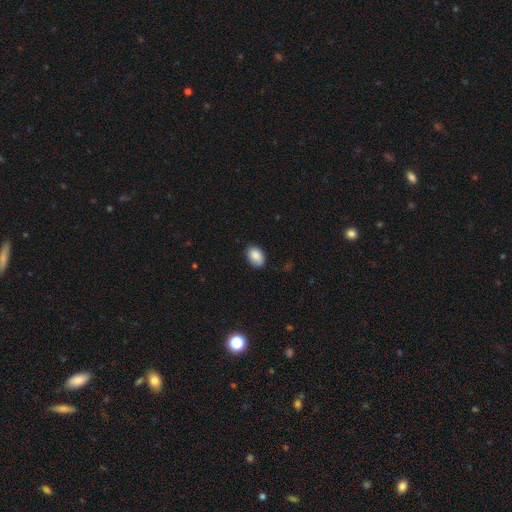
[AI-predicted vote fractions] A smooth galaxy with no disk features (86%) that is in between round and cigar-shaped (84%). Merging: none (81%).